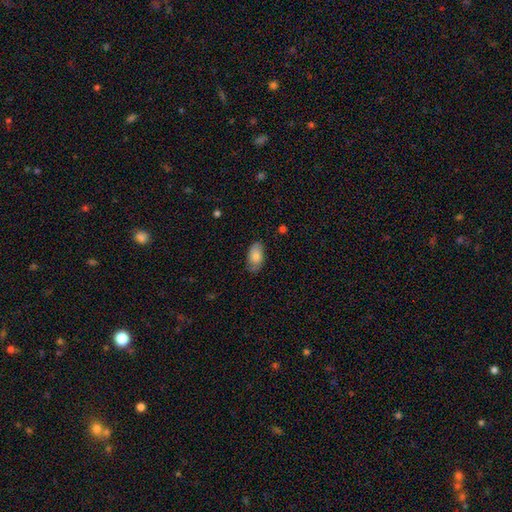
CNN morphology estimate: Smooth or featured?
  - smooth: 76% *
  - featured or disk: 17%
  - star or artifact: 7%
How rounded?
  - in between: 94% *
  - round: 4%
  - cigar-shaped: 2%
Merging?
  - none: 74% *
  - minor disturbance: 20%
  - major disturbance: 4%
  - merger: 1%